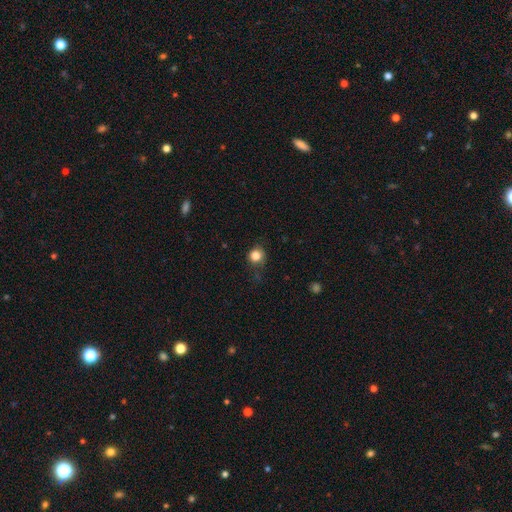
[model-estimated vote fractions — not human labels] Overall: smooth (83%). How rounded: round (89%). Merging: none (73%).